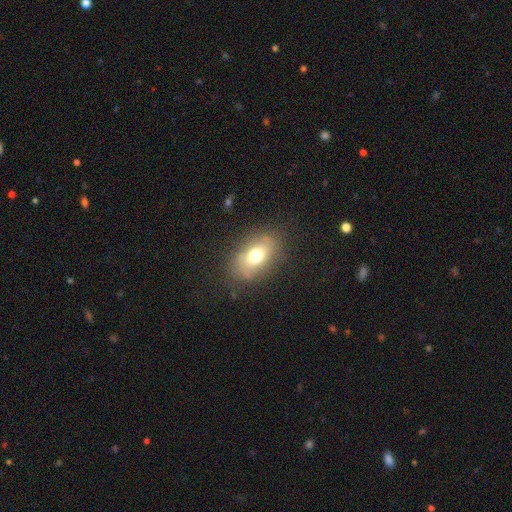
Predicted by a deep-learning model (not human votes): smooth 67%, featured or disk 22%, star or artifact 11%. Down the decision tree: how rounded — in between (84%); merging — none (76%).